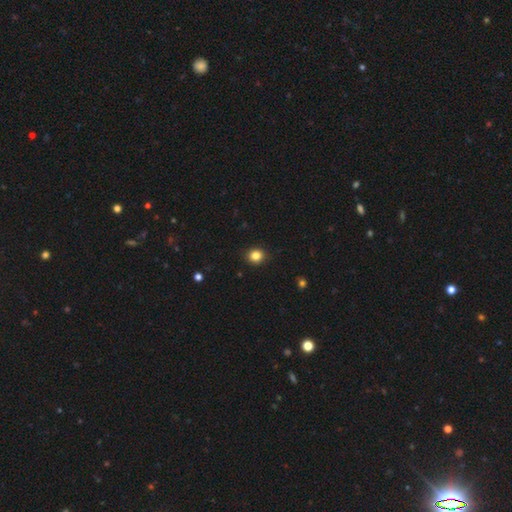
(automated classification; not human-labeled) Smooth or featured? smooth (84%)
How rounded? round (80%)
Merging? none (91%)